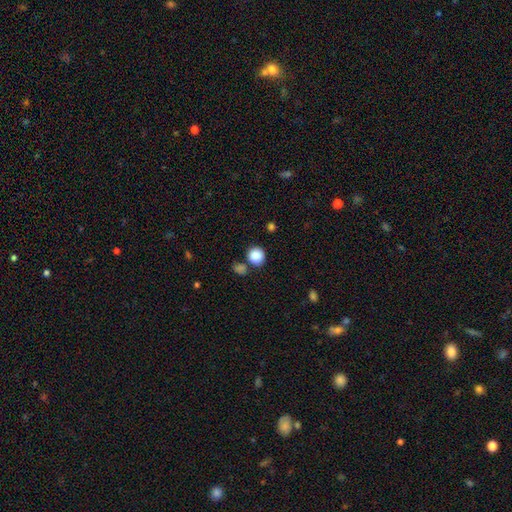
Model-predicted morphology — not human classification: Overall: smooth (87%). How rounded: round (91%). Merging: none (75%).